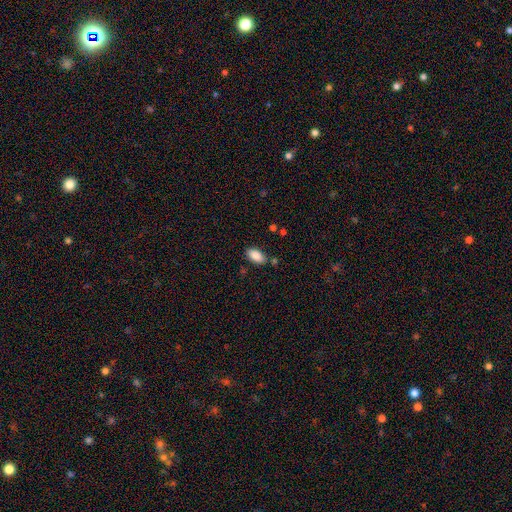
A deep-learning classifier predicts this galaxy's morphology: Smooth or featured? smooth (87%)
How rounded? in between (93%)
Merging? none (79%)